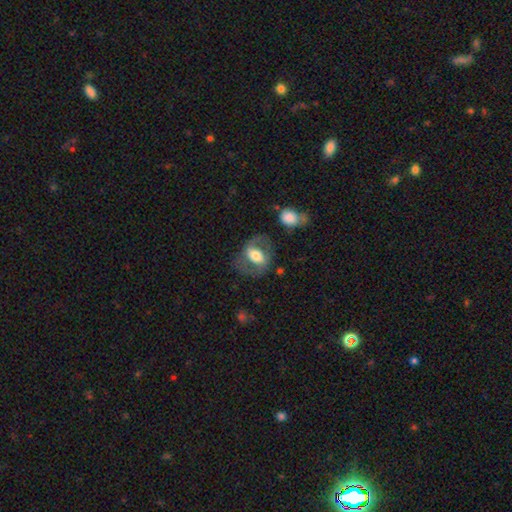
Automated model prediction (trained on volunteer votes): A featured or disk galaxy (55%) with a strong bar (36%), spiral arms (60%) and a moderate central bulge (50%). Merging: none (61%).